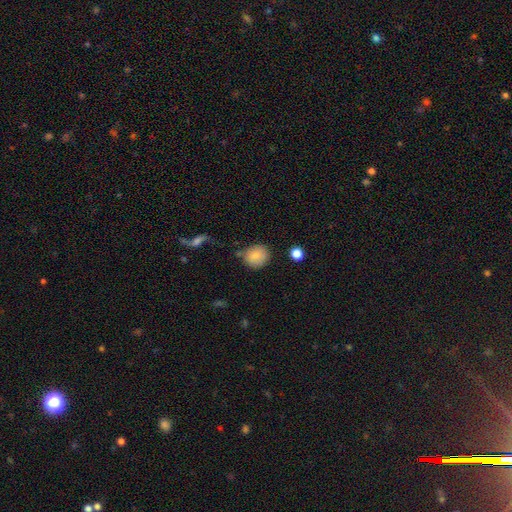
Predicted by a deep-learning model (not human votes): Morphology: type=smooth (83%); roundness=round (83%); merging=none (76%).